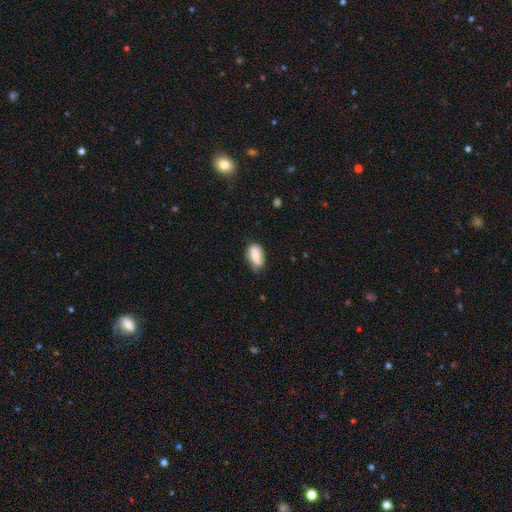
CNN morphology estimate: Q: Smooth or featured?
A: smooth (62%); runner-up: featured or disk (31%)
Q: How rounded?
A: in between (89%); runner-up: cigar-shaped (6%)
Q: Merging?
A: none (66%); runner-up: minor disturbance (27%)